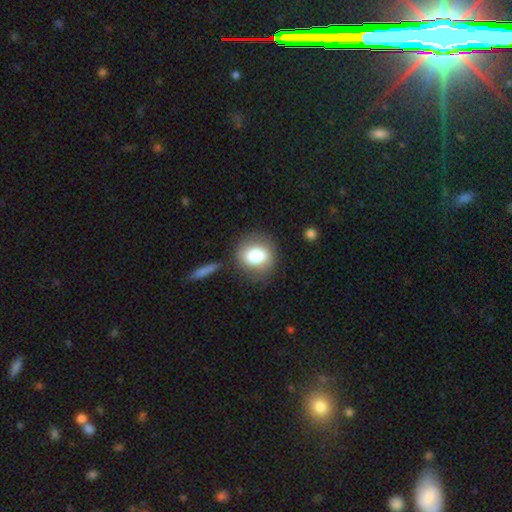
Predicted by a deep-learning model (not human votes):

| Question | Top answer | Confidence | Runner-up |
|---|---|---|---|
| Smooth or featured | smooth | 74% | featured or disk (17%) |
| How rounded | round | 69% | in between (29%) |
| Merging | none | 76% | minor disturbance (14%) |